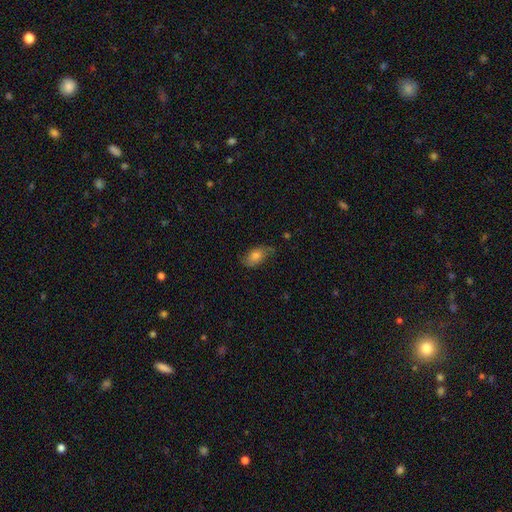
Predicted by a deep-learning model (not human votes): A smooth galaxy with no disk features (63%) that is in between round and cigar-shaped (89%). Merging: none (64%).